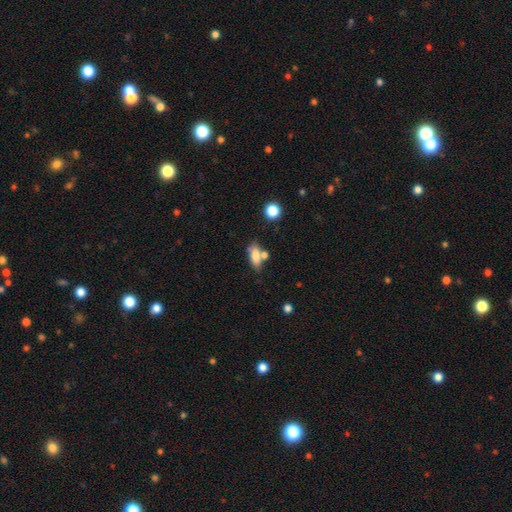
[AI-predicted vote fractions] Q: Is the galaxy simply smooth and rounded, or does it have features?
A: smooth — 73%.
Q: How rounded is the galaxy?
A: in between — 72%.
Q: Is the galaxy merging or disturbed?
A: none — 50%.